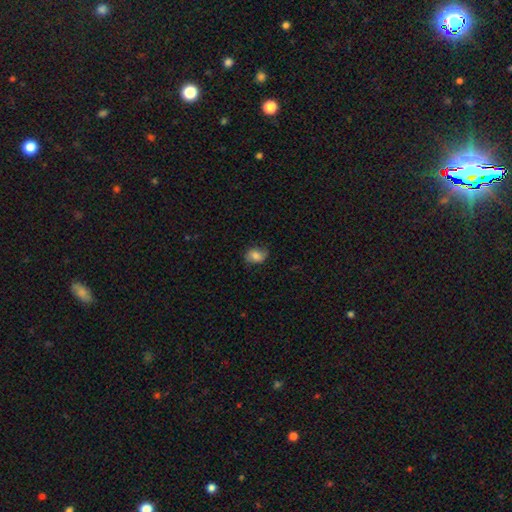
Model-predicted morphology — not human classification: Q: Smooth or featured?
A: smooth (75%); runner-up: featured or disk (16%)
Q: How rounded?
A: in between (62%); runner-up: round (37%)
Q: Merging?
A: none (72%); runner-up: minor disturbance (21%)